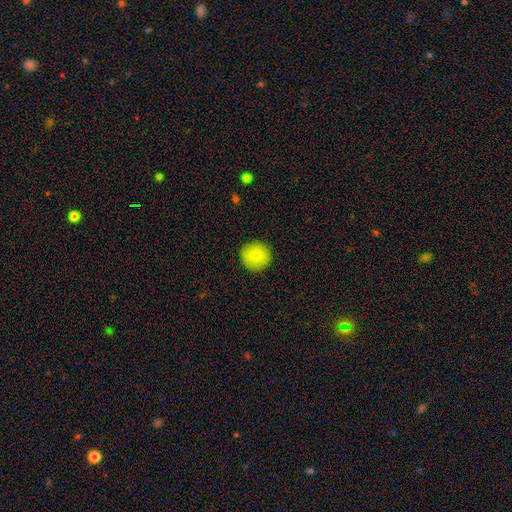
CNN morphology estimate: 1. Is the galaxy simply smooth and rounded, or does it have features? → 85% smooth, 8% featured or disk, 7% star or artifact.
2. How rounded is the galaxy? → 94% round, 5% in between, 1% cigar-shaped.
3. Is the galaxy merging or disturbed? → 90% none, 7% minor disturbance, 2% major disturbance, 1% merger.